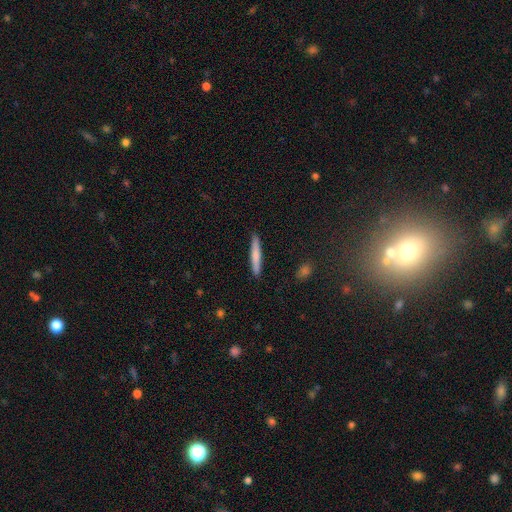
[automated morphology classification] Smooth or featured: smooth — 69% (featured or disk — 26%)
How rounded: cigar-shaped — 95% (in between — 4%)
Merging: none — 91% (minor disturbance — 7%)